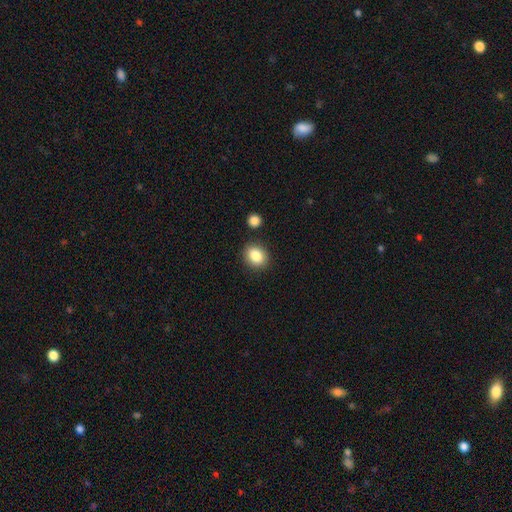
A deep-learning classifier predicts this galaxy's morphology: Q: Smooth or featured?
A: smooth (86%); runner-up: star or artifact (8%)
Q: How rounded?
A: round (53%); runner-up: in between (46%)
Q: Merging?
A: none (84%); runner-up: minor disturbance (9%)